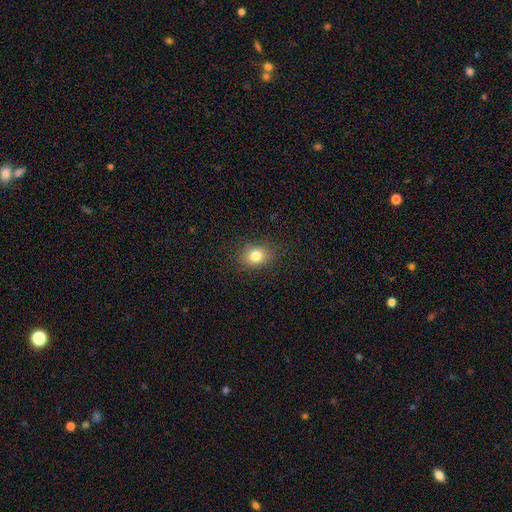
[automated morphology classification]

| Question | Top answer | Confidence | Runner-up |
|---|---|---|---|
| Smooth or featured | smooth | 81% | star or artifact (12%) |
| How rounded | in between | 51% | round (48%) |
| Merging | none | 85% | minor disturbance (11%) |